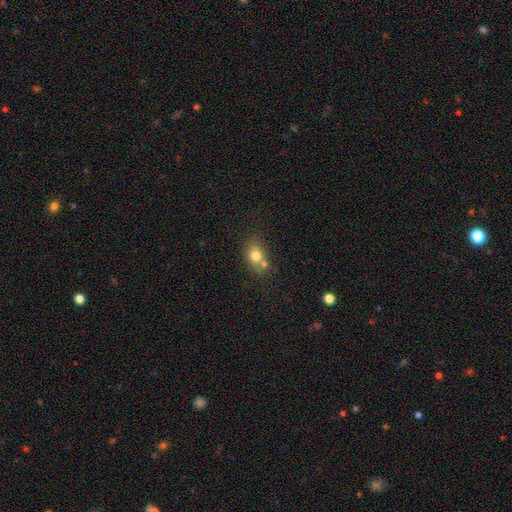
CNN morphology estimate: This appears to be a smooth galaxy with no disk features (76%) that is in between round and cigar-shaped (51%). Merging: none (48%).